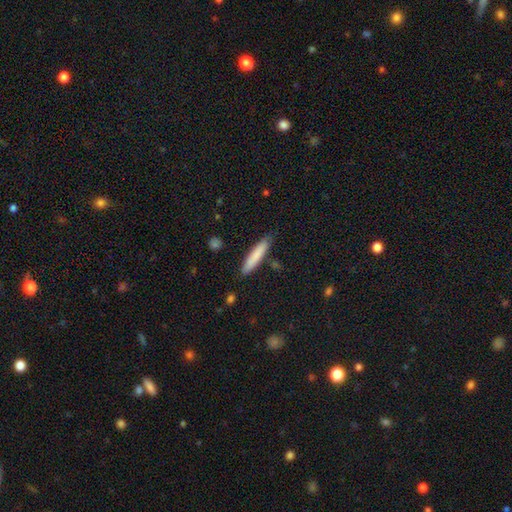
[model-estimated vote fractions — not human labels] smooth-or-featured: smooth: 81% | featured or disk: 13% | star or artifact: 6%
  how-rounded: cigar-shaped: 89% | in between: 10% | round: 1%
  merging: none: 85% | minor disturbance: 11% | merger: 2% | major disturbance: 2%